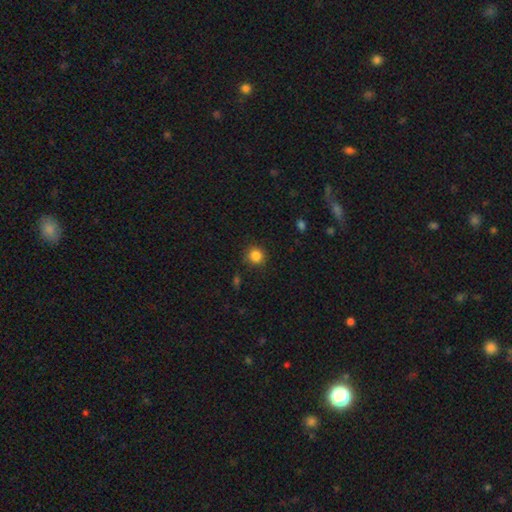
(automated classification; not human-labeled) smooth-or-featured: smooth: 85% | star or artifact: 11% | featured or disk: 4%
  how-rounded: round: 90% | in between: 9% | cigar-shaped: 1%
  merging: none: 87% | minor disturbance: 9% | major disturbance: 3% | merger: 2%